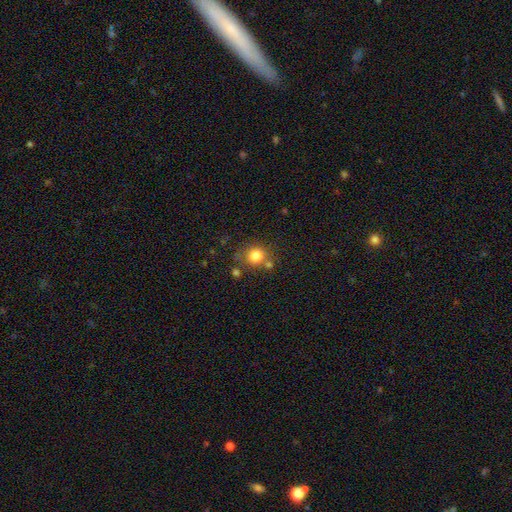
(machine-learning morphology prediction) Smooth or featured? Predicted: smooth (p=0.81). How rounded? Predicted: round (p=0.83). Merging? Predicted: none (p=0.66).